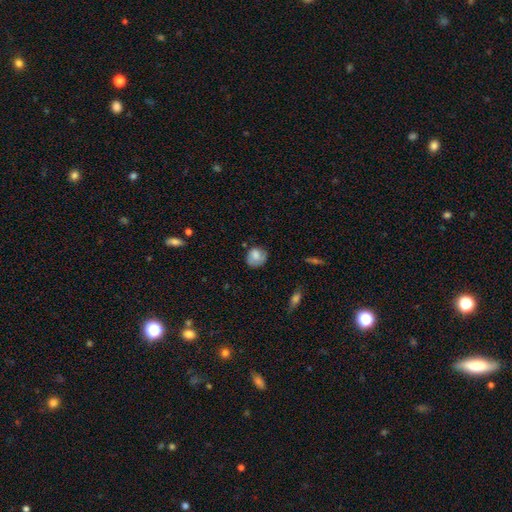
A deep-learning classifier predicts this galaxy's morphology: Overall: smooth (69%). How rounded: round (69%; in between 30%). Merging: none (61%; minor disturbance 27%).